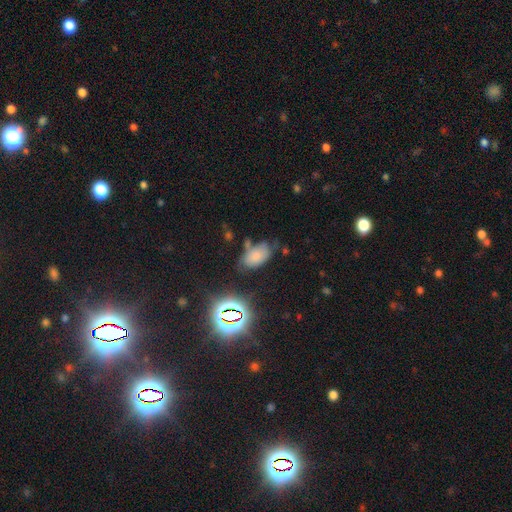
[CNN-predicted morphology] Smooth or featured? smooth (65%)
How rounded? in between (91%)
Merging? none (51%)